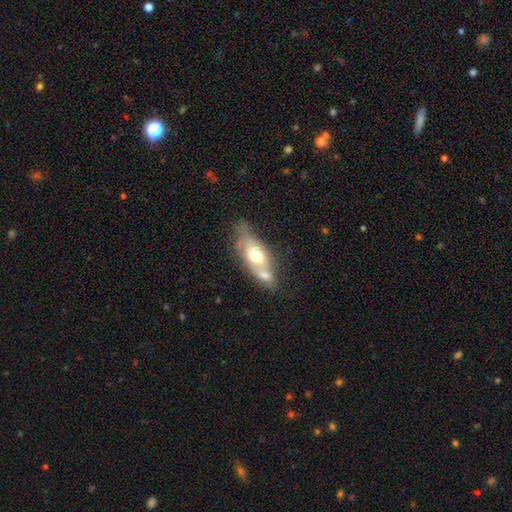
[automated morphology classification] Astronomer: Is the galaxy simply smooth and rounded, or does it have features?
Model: smooth — 49% (runner-up: featured or disk, 45%).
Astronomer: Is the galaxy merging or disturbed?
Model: merger — 38% (runner-up: none, 34%).